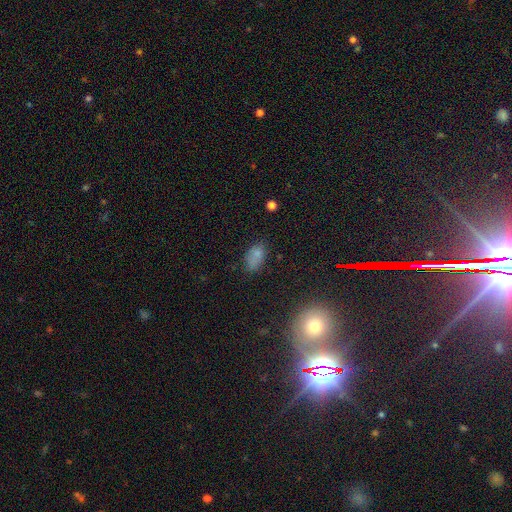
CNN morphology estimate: smooth 74%, star or artifact 16%, featured or disk 9%. Down the decision tree: how rounded — in between (89%); merging — none (64%).